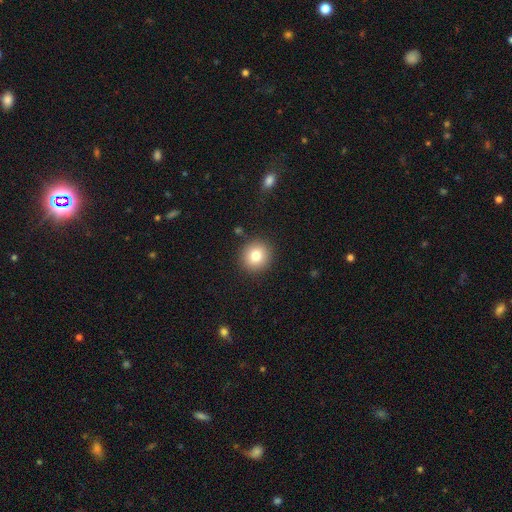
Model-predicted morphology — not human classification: Smooth or featured? smooth (81%)
How rounded? round (91%)
Merging? none (89%)